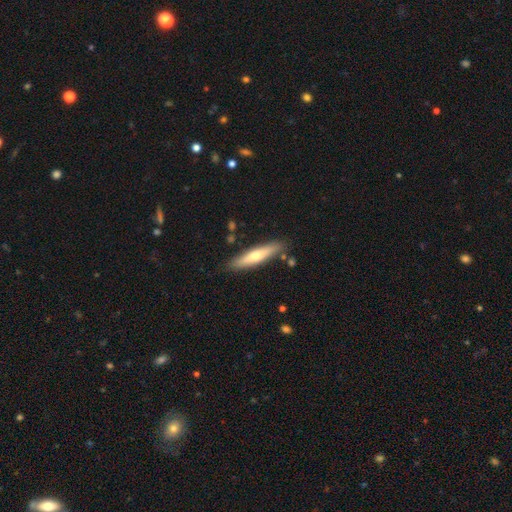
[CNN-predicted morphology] smooth 54%, featured or disk 41%, star or artifact 5%. Down the decision tree: how rounded — cigar-shaped (83%); merging — none (86%).